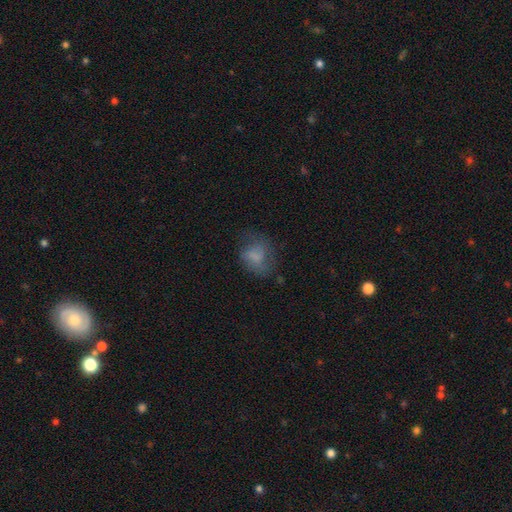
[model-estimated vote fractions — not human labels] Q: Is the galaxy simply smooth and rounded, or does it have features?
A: smooth — 60%.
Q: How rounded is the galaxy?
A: in between — 57%.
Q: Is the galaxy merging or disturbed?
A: none — 48%.